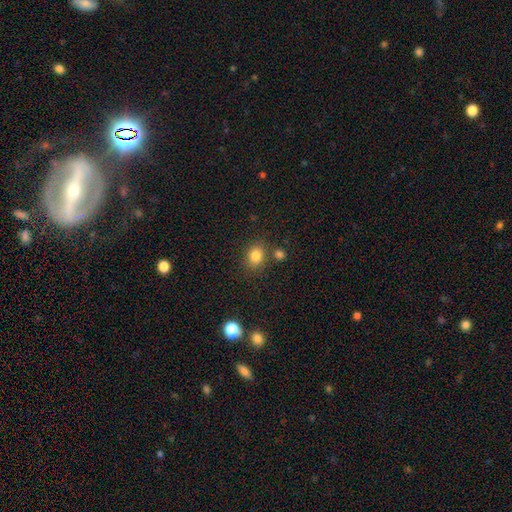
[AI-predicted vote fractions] Smooth or featured?
  - smooth: 82% *
  - star or artifact: 12%
  - featured or disk: 6%
How rounded?
  - round: 54% *
  - in between: 45%
  - cigar-shaped: 1%
Merging?
  - none: 75% *
  - minor disturbance: 12%
  - merger: 9%
  - major disturbance: 4%